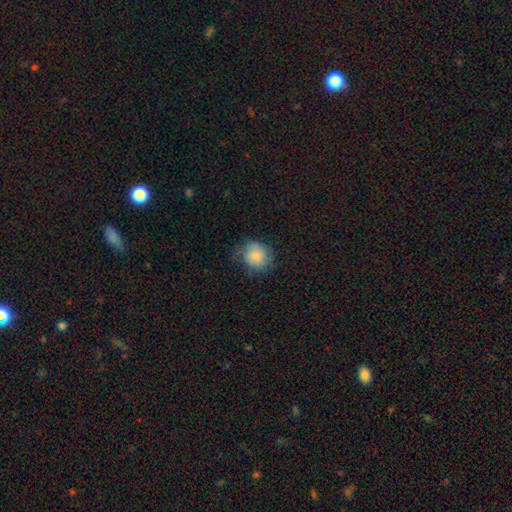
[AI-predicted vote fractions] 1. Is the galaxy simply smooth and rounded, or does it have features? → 82% smooth, 11% featured or disk, 8% star or artifact.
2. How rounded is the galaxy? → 75% round, 24% in between, 1% cigar-shaped.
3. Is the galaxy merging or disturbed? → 66% none, 25% minor disturbance, 9% major disturbance, 1% merger.